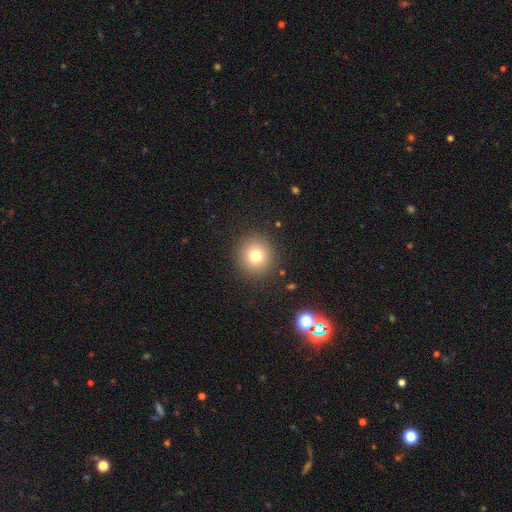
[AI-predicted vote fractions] smooth_or_featured: smooth (p=0.76) [alt: star or artifact p=0.14]
how_rounded: round (p=0.92) [alt: in between p=0.07]
merging: none (p=0.90) [alt: minor disturbance p=0.06]